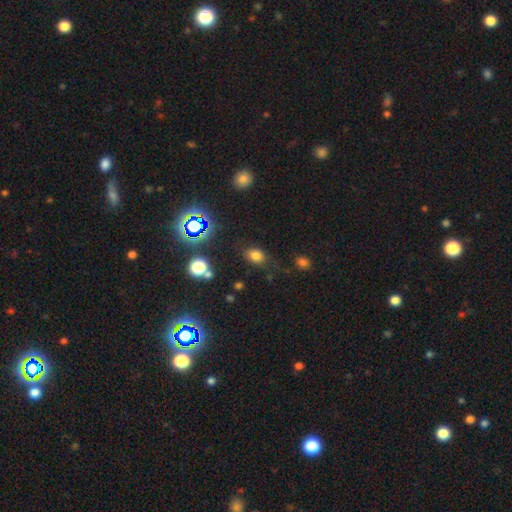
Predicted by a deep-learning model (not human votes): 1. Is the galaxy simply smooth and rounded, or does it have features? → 72% smooth, 20% star or artifact, 8% featured or disk.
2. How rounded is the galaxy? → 64% in between, 35% round, 1% cigar-shaped.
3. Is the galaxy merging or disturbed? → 75% none, 16% minor disturbance, 6% major disturbance, 3% merger.